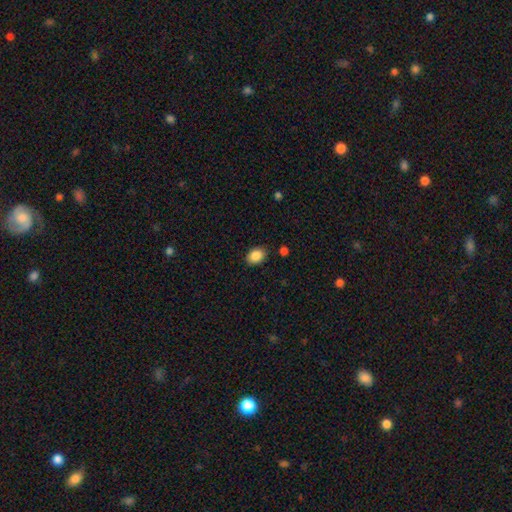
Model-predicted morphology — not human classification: smooth-or-featured: smooth: 87% | star or artifact: 8% | featured or disk: 4%
  how-rounded: in between: 71% | round: 28% | cigar-shaped: 1%
  merging: none: 85% | minor disturbance: 10% | major disturbance: 3% | merger: 2%